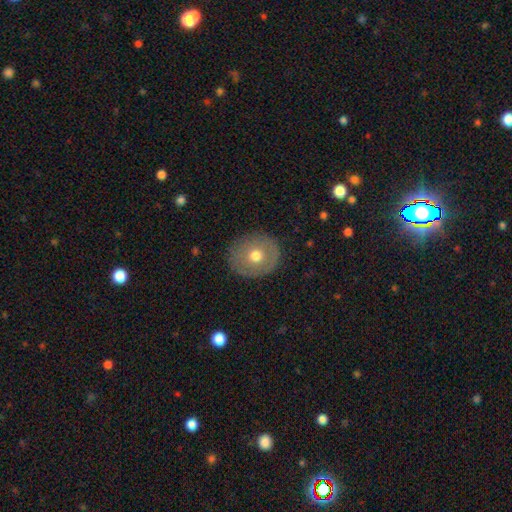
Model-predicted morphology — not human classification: The model was most divided on "smooth or featured": smooth: 62%, featured or disk: 30%, star or artifact: 8%. More confident: merging — none (85%); how rounded — round (78%).